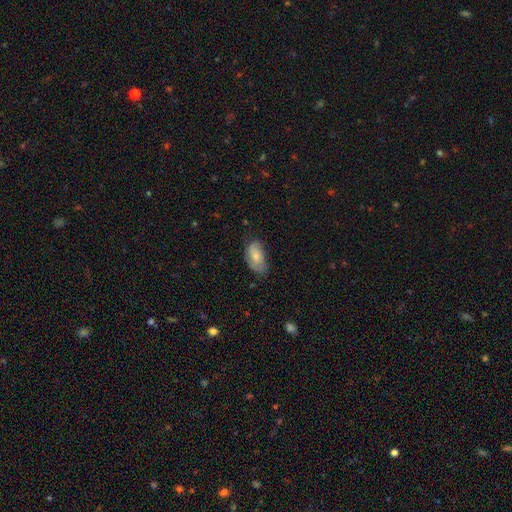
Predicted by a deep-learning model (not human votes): A smooth galaxy with no disk features (66%) that is in between round and cigar-shaped (92%).

Vote fractions:
- Smooth or featured? smooth: 66% / featured or disk: 28% / star or artifact: 7%
- How rounded? in between: 92% / round: 4% / cigar-shaped: 3%
- Merging? none: 56% / minor disturbance: 33% / major disturbance: 10% / merger: 2%